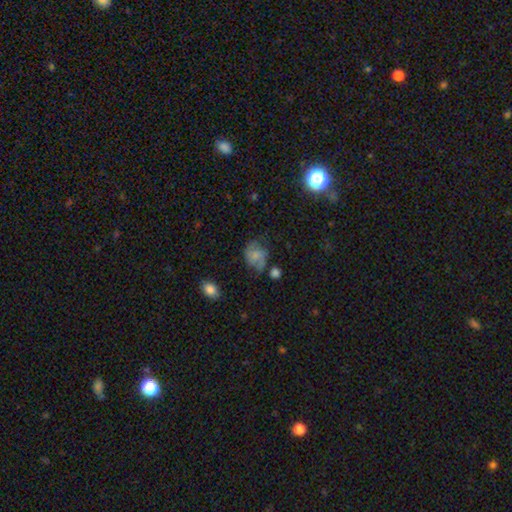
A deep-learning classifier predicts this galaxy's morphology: A smooth galaxy with no disk features (47%).

Vote fractions:
- Smooth or featured? smooth: 47% / featured or disk: 43% / star or artifact: 10%
- Merging? none: 49% / minor disturbance: 28% / major disturbance: 17% / merger: 5%